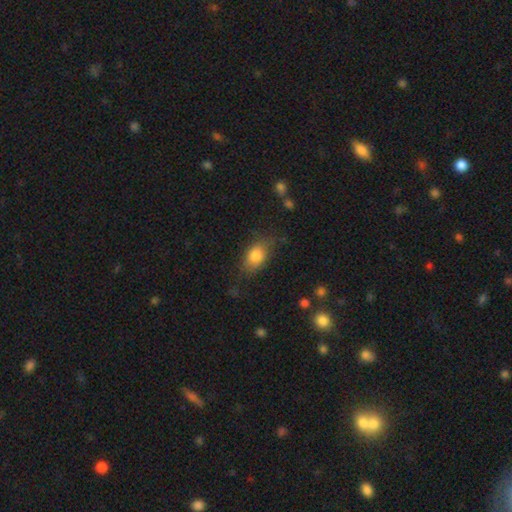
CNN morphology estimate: Smooth or featured? smooth (80%)
How rounded? in between (82%)
Merging? none (72%)